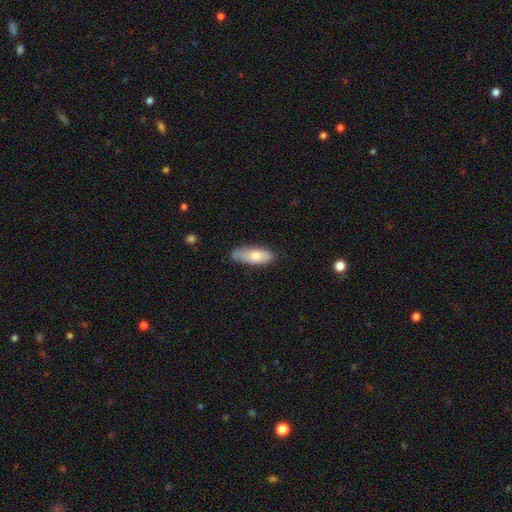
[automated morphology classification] smooth_or_featured: smooth (p=0.73) [alt: featured or disk p=0.21]
how_rounded: in between (p=0.76) [alt: cigar-shaped p=0.22]
merging: none (p=0.61) [alt: minor disturbance p=0.30]